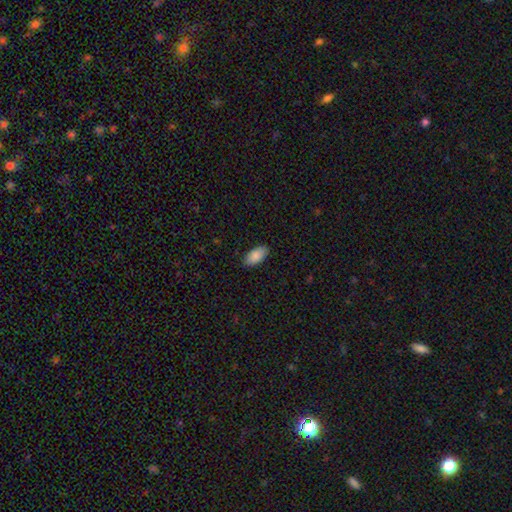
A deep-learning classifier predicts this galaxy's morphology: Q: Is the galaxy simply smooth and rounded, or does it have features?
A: smooth — 87%.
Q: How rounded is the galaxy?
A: in between — 95%.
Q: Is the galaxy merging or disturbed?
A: none — 88%.